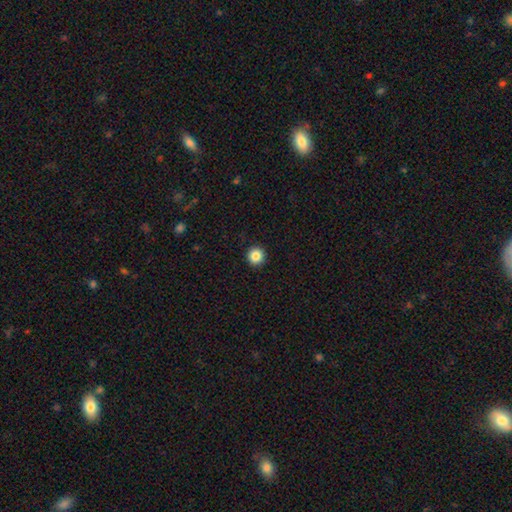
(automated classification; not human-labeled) smooth-or-featured: smooth: 86% | star or artifact: 10% | featured or disk: 4%
  how-rounded: round: 95% | in between: 4% | cigar-shaped: 1%
  merging: none: 93% | minor disturbance: 4% | major disturbance: 1% | merger: 1%